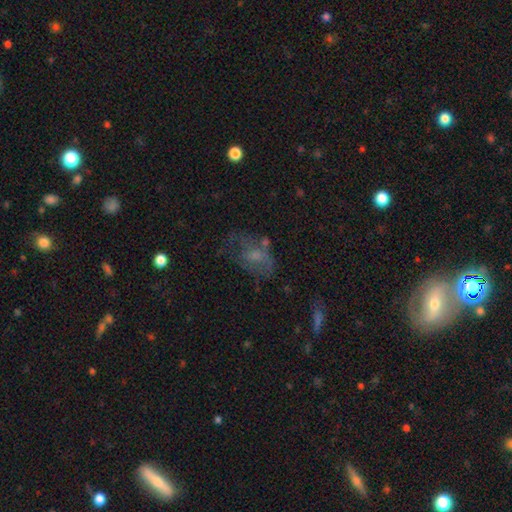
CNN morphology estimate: type=featured or disk (43%); merging=none (38%).